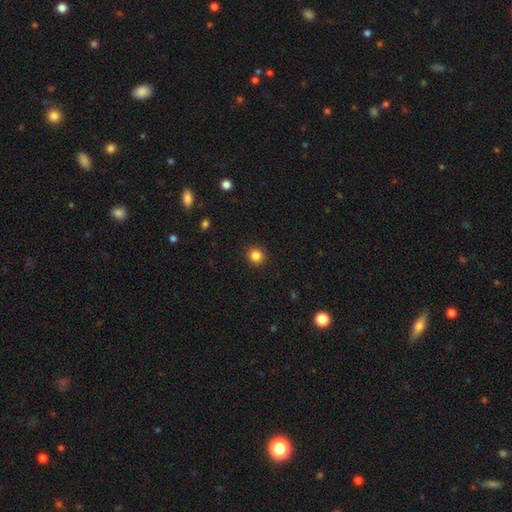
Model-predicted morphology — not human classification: A smooth galaxy with no disk features (85%) that is round (89%).

Vote fractions:
- Smooth or featured? smooth: 85% / star or artifact: 12% / featured or disk: 4%
- How rounded? round: 89% / in between: 10% / cigar-shaped: 1%
- Merging? none: 90% / minor disturbance: 7% / major disturbance: 2% / merger: 1%